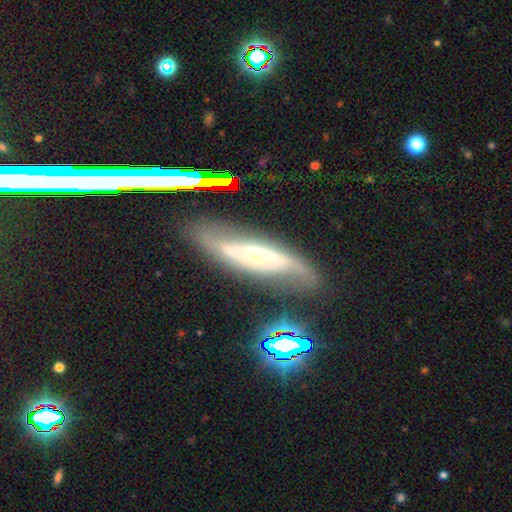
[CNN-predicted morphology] This appears to be a featured or disk galaxy (75%) with no bar (58%), spiral arms (85%) and a small central bulge (47%, tied with moderate). Merging: none (73%).